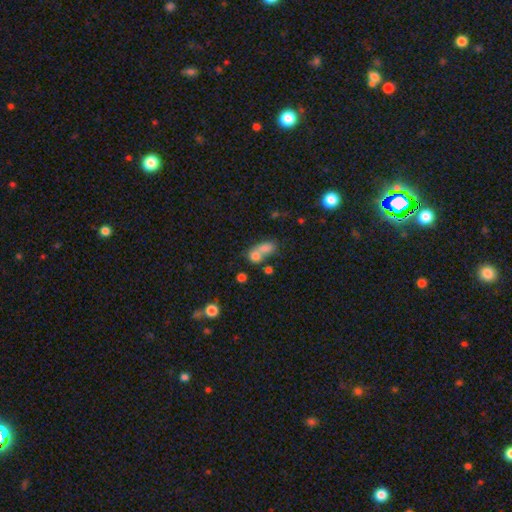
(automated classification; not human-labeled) smooth-or-featured: smooth: 74% | featured or disk: 14% | star or artifact: 12%
  how-rounded: round: 49% | in between: 48% | cigar-shaped: 3%
  merging: merger: 61% | none: 25% | minor disturbance: 8% | major disturbance: 6%